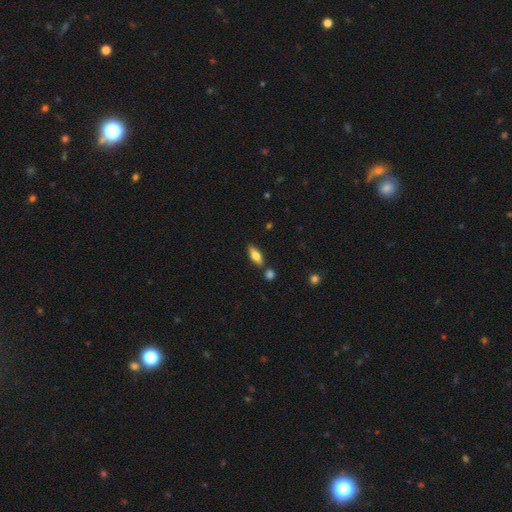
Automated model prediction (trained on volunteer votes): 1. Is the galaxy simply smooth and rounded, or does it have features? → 75% smooth, 19% featured or disk, 7% star or artifact.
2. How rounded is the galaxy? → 76% in between, 22% cigar-shaped, 2% round.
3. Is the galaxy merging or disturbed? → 78% none, 11% minor disturbance, 9% merger, 2% major disturbance.